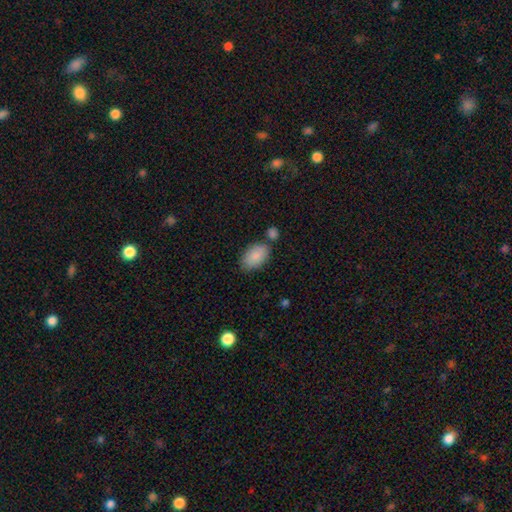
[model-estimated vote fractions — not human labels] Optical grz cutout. It shows a smooth galaxy with no disk features (88%) that is in between round and cigar-shaped (93%). Merging: none (70%).